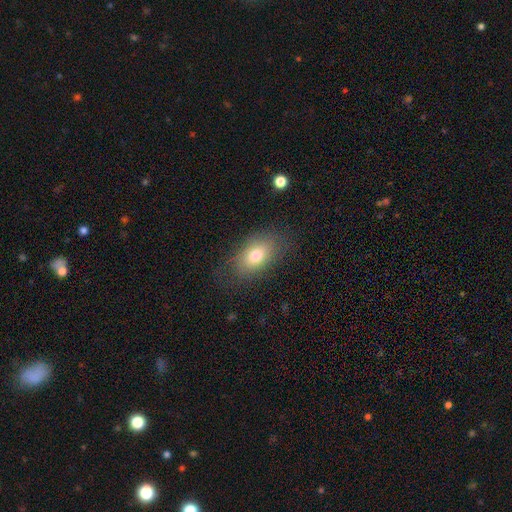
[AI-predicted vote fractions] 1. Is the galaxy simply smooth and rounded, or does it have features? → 75% smooth, 16% featured or disk, 9% star or artifact.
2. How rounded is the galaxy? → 89% in between, 9% round, 3% cigar-shaped.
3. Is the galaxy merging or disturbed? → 76% none, 16% minor disturbance, 7% major disturbance, 1% merger.